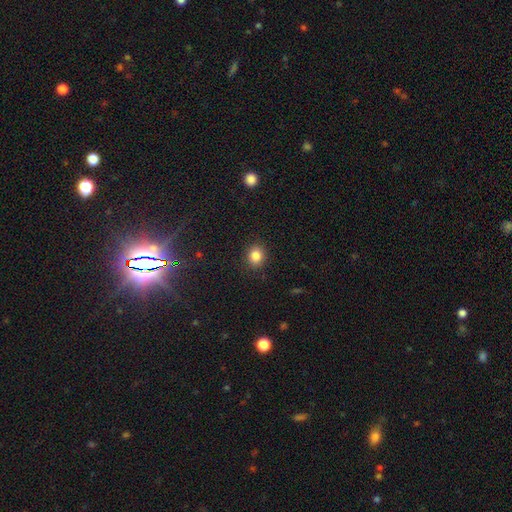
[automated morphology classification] A smooth galaxy with no disk features (84%) that is round (69%).

Vote fractions:
- Smooth or featured? smooth: 84% / star or artifact: 11% / featured or disk: 5%
- How rounded? round: 69% / in between: 30% / cigar-shaped: 1%
- Merging? none: 89% / minor disturbance: 7% / major disturbance: 2% / merger: 1%